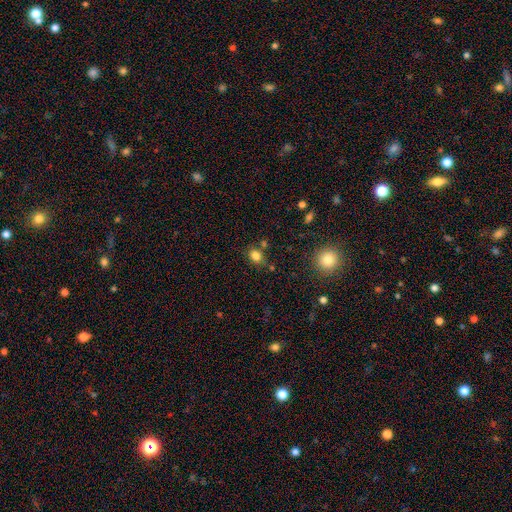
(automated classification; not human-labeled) Smooth or featured: smooth — 82% (star or artifact — 13%)
How rounded: round — 51% (in between — 48%)
Merging: none — 72% (minor disturbance — 14%)